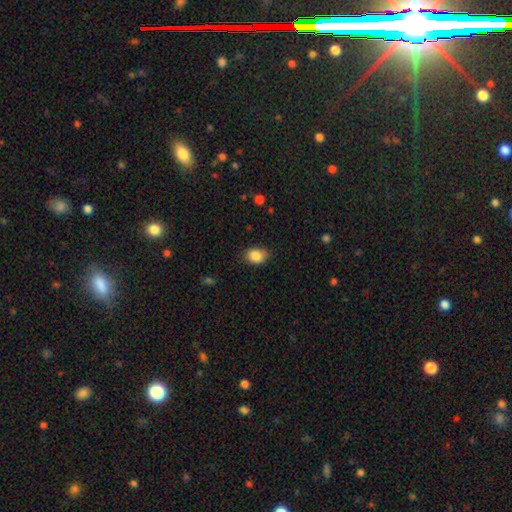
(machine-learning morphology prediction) The model was most divided on "how rounded": in between: 63%, round: 36%, cigar-shaped: 1%. More confident: smooth or featured — smooth (86%); merging — none (78%).